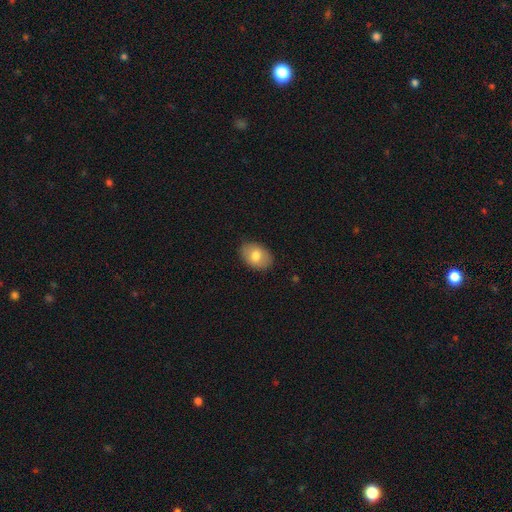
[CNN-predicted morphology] A smooth galaxy with no disk features (76%) that is in between round and cigar-shaped (82%). Merging: none (87%).